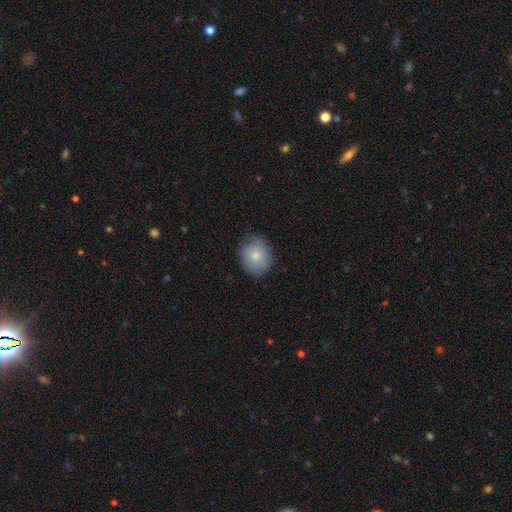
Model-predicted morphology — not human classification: A smooth galaxy with no disk features (74%) that is round (66%). Merging: none (74%).